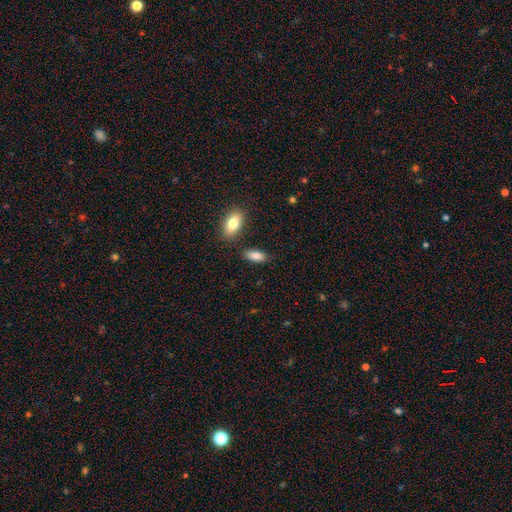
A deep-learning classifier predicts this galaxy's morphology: Smooth or featured? smooth (86%)
How rounded? in between (85%)
Merging? none (79%)